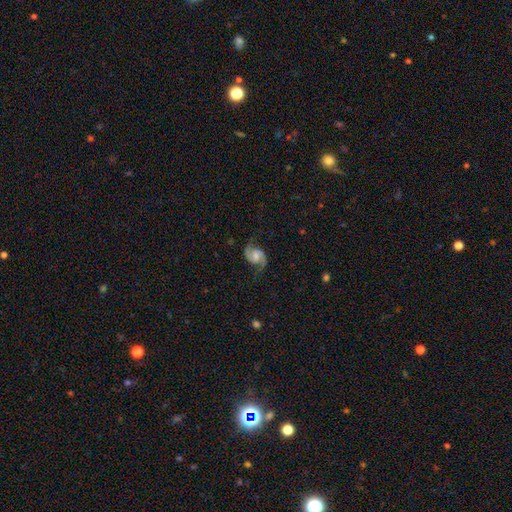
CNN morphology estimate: featured or disk 87%, smooth 7%, star or artifact 6%. Down the decision tree: edge-on disk — no (98%); bar — no (58%); spiral arms — yes (98%); spiral arm count — 2 (94%); spiral winding — medium (49%); bulge size — moderate (54%); merging — none (79%).